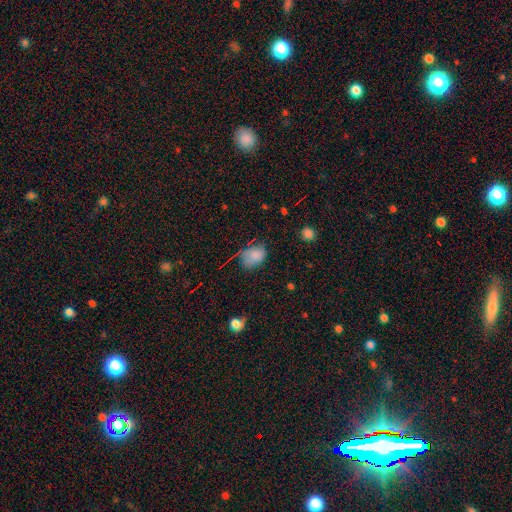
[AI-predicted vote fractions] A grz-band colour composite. It shows a smooth galaxy with no disk features (80%) that is in between round and cigar-shaped (71%). Merging: none (45%).